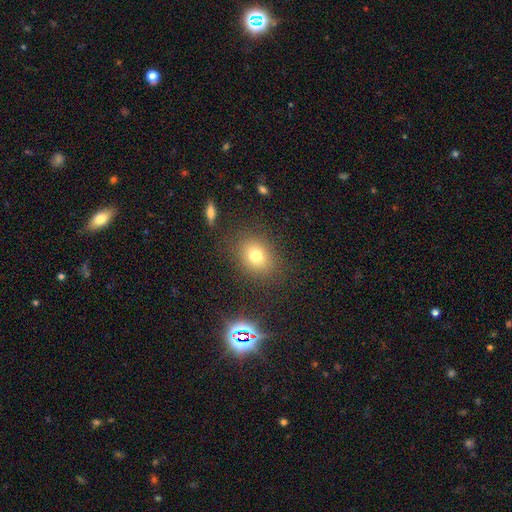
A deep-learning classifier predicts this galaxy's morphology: Smooth or featured? smooth (76%)
How rounded? round (52%)
Merging? none (83%)